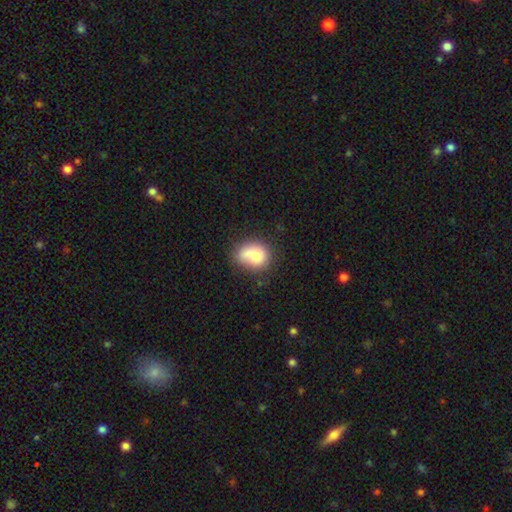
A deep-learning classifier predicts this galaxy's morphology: Smooth or featured: smooth — 71% (featured or disk — 21%)
How rounded: round — 52% (in between — 47%)
Merging: none — 45% (minor disturbance — 24%)